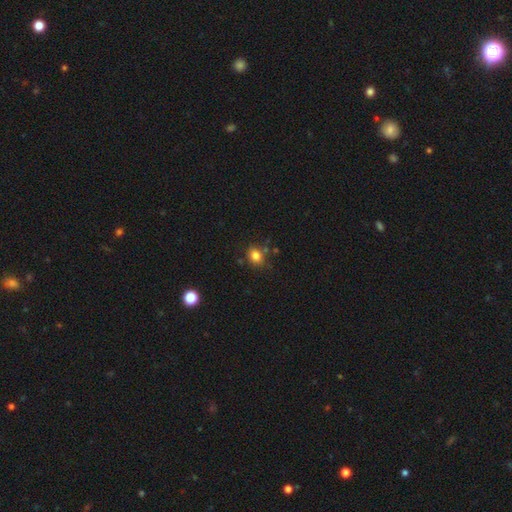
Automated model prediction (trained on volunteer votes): This is clearly a smooth galaxy (81%). How rounded: possibly in between (50%). Merging: likely none (74%).